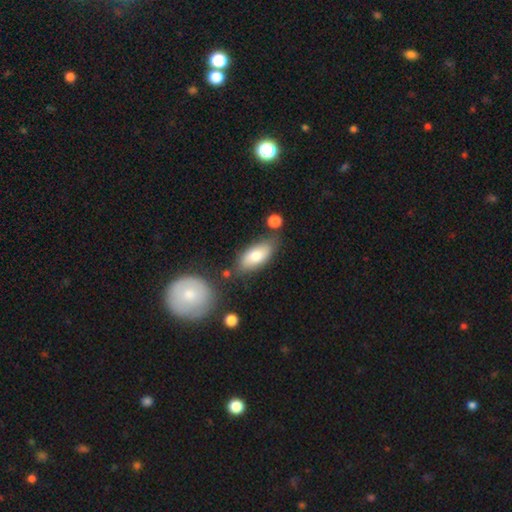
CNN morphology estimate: A smooth galaxy with no disk features (76%) that is in between round and cigar-shaped (87%).

Vote fractions:
- Smooth or featured? smooth: 76% / featured or disk: 17% / star or artifact: 7%
- How rounded? in between: 87% / cigar-shaped: 10% / round: 3%
- Merging? none: 71% / minor disturbance: 17% / merger: 8% / major disturbance: 4%